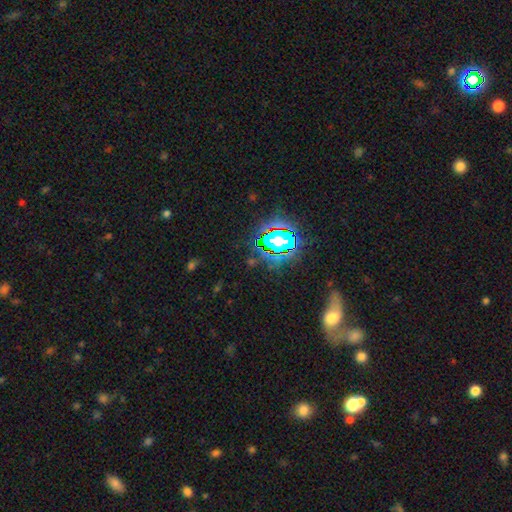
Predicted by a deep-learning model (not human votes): Smooth or featured? Predicted: star or artifact (p=0.65).